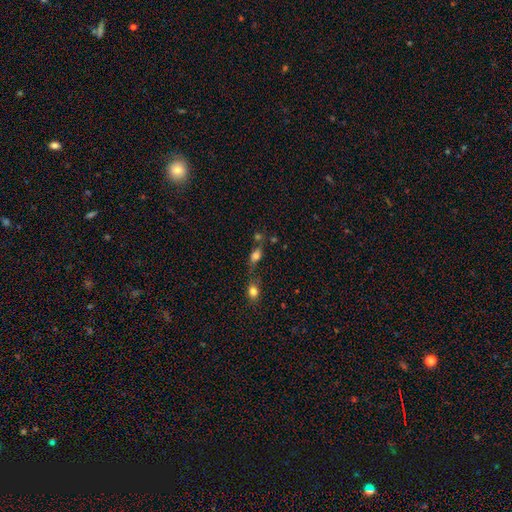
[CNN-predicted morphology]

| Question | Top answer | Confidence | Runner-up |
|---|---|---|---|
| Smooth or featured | smooth | 72% | star or artifact (14%) |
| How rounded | in between | 64% | round (28%) |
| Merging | none | 39% | merger (36%) |